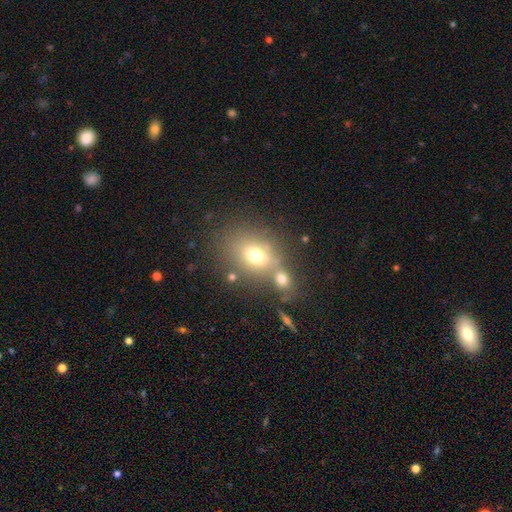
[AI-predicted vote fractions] Smooth or featured? smooth (69%)
How rounded? in between (52%)
Merging? none (52%)